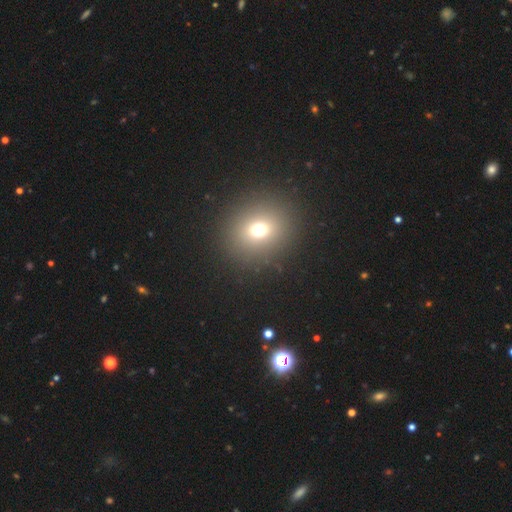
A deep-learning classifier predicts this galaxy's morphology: smooth-or-featured: smooth: 61% | star or artifact: 30% | featured or disk: 9%
  how-rounded: round: 84% | in between: 15% | cigar-shaped: 1%
  merging: none: 92% | minor disturbance: 4% | major disturbance: 2% | merger: 1%